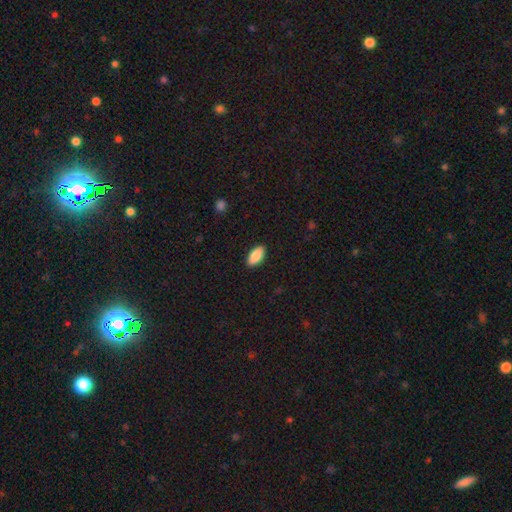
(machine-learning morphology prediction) A smooth galaxy with no disk features (89%) that is in between round and cigar-shaped (92%).

Vote fractions:
- Smooth or featured? smooth: 89% / star or artifact: 6% / featured or disk: 5%
- How rounded? in between: 92% / cigar-shaped: 6% / round: 2%
- Merging? none: 90% / minor disturbance: 7% / major disturbance: 2% / merger: 1%